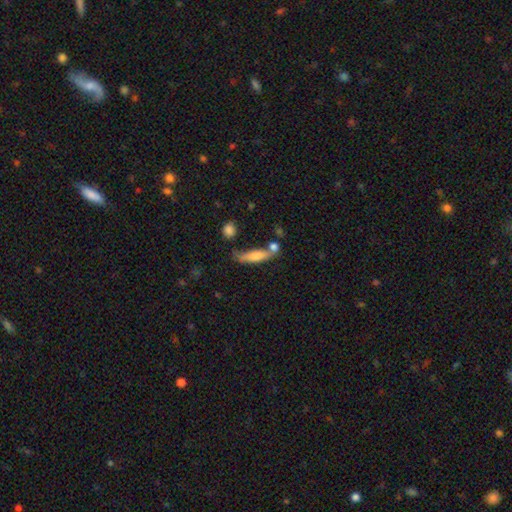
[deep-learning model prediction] The model was most divided on "merging": none: 49%, merger: 22%, minor disturbance: 21%, major disturbance: 8%. More confident: how rounded — cigar-shaped (66%); smooth or featured — smooth (66%).